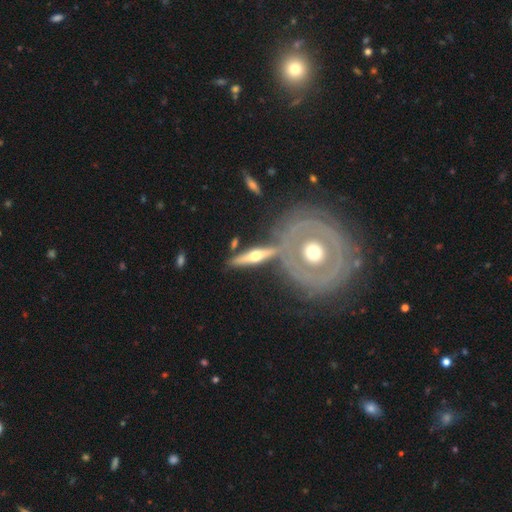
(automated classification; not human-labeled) The model was most divided on "smooth or featured": featured or disk: 70%, smooth: 25%, star or artifact: 5%. More confident: edge-on bulge — rounded (95%); edge-on disk — yes (83%); merging — none (66%).